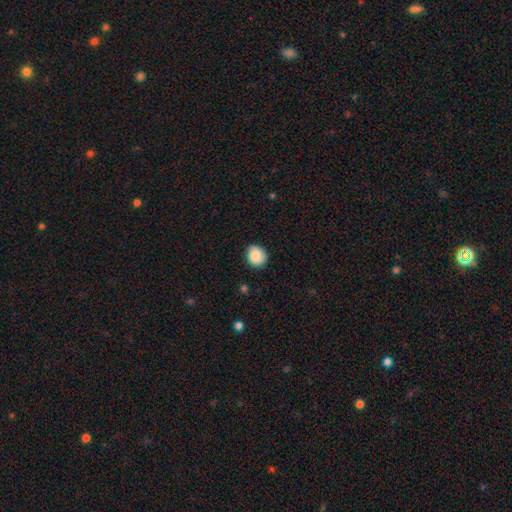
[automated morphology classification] smooth-or-featured: smooth: 82% | featured or disk: 10% | star or artifact: 8%
  how-rounded: round: 74% | in between: 25% | cigar-shaped: 1%
  merging: none: 81% | minor disturbance: 15% | major disturbance: 3% | merger: 1%